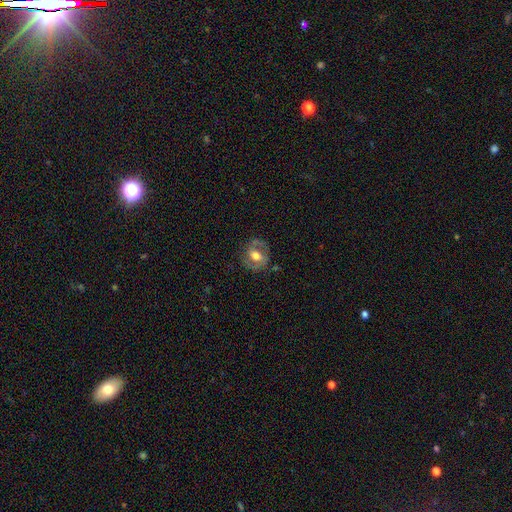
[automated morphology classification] The model was most divided on "bar": no: 45%, weak: 37%, strong: 19%. More confident: edge-on disk — no (95%); merging — none (70%); bulge size — moderate (61%); spiral arms — yes (57%); smooth or featured — featured or disk (56%).